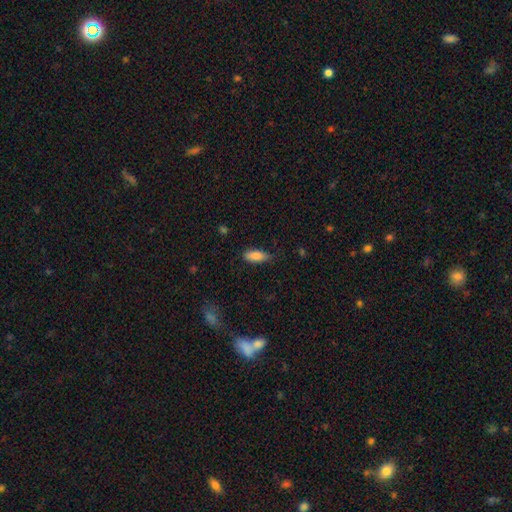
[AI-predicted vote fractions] smooth-or-featured: smooth: 84% | featured or disk: 9% | star or artifact: 7%
  how-rounded: in between: 78% | cigar-shaped: 20% | round: 2%
  merging: none: 77% | minor disturbance: 18% | major disturbance: 3% | merger: 1%